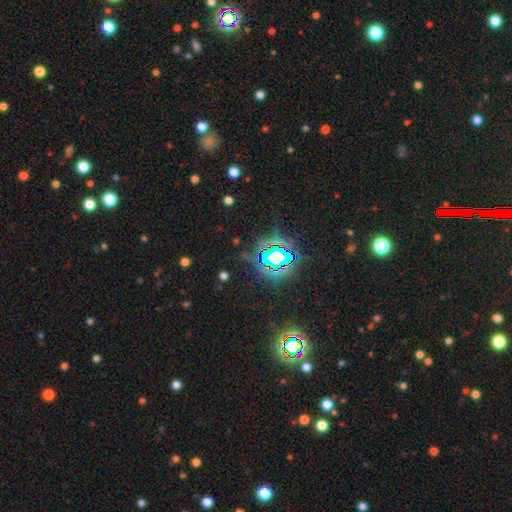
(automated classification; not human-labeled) smooth-or-featured: star or artifact: 82% | smooth: 11% | featured or disk: 7%